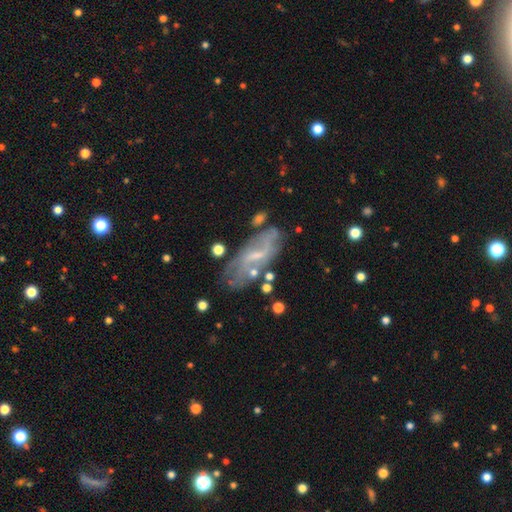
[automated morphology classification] type=featured or disk (70%); edge-on=no (89%); bar=weak (49%); spiral arms=yes (69%); bulge=small (58%); merging=none (56%).